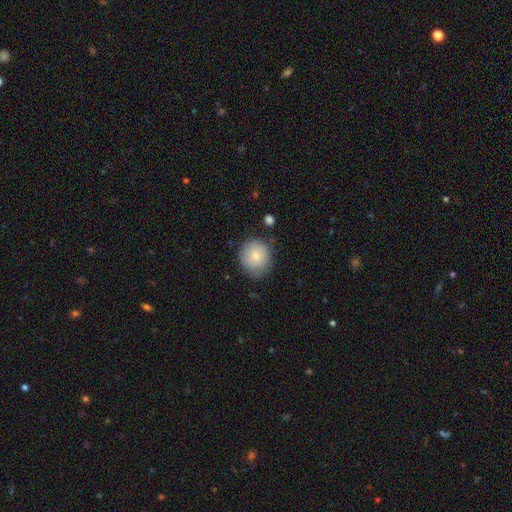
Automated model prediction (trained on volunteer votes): smooth-or-featured: smooth: 77% | featured or disk: 15% | star or artifact: 8%
  how-rounded: round: 87% | in between: 12% | cigar-shaped: 1%
  merging: none: 76% | minor disturbance: 17% | major disturbance: 4% | merger: 2%